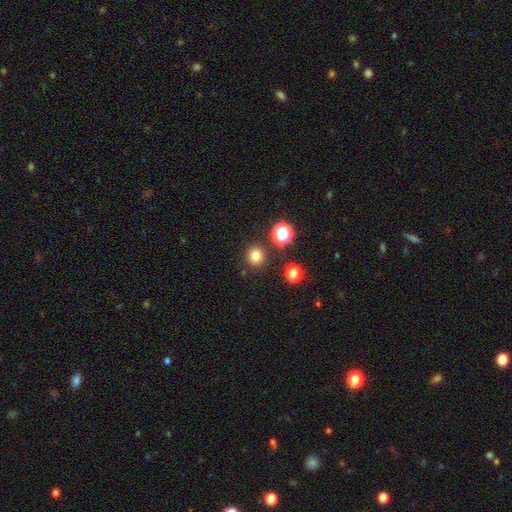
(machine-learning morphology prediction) Q: Smooth or featured?
A: smooth (79%); runner-up: star or artifact (16%)
Q: How rounded?
A: round (86%); runner-up: in between (13%)
Q: Merging?
A: none (86%); runner-up: minor disturbance (7%)